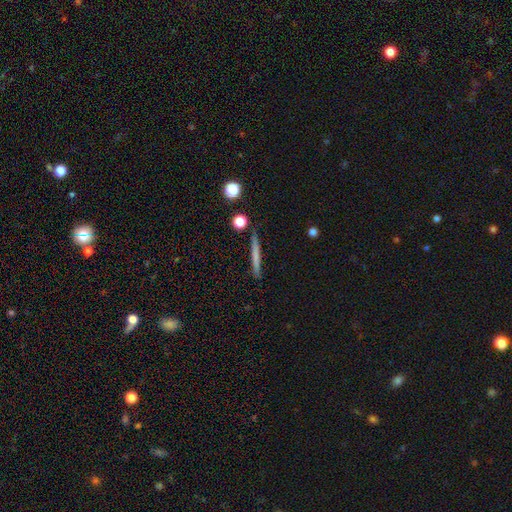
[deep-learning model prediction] The model was most divided on "smooth or featured": smooth: 63%, featured or disk: 30%, star or artifact: 7%. More confident: how rounded — cigar-shaped (95%); merging — none (88%).